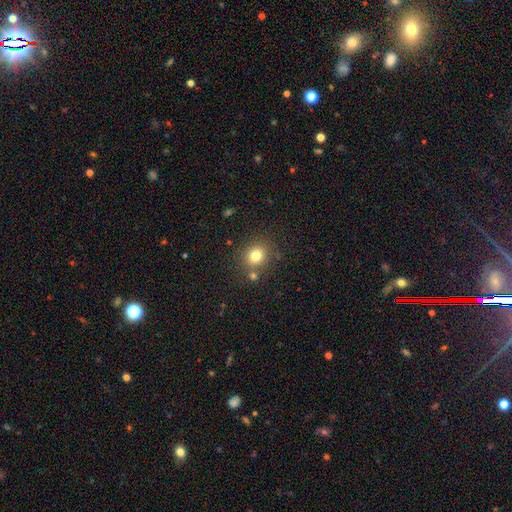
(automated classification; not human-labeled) Overall: smooth (78%). How rounded: round (78%). Merging: none (77%).